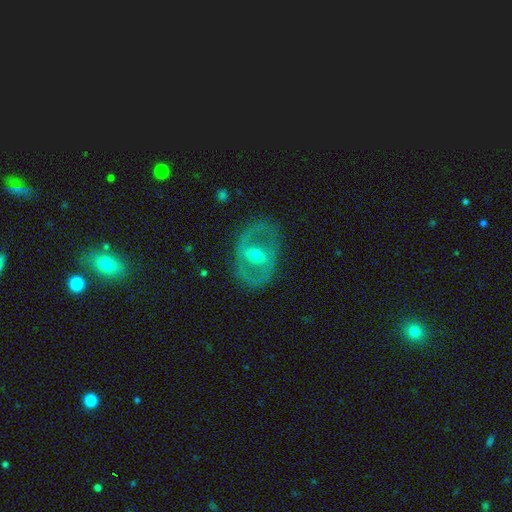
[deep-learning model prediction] A featured or disk galaxy (73%) with a weak bar (38%), no spiral arms (58%) and a moderate central bulge (62%). Merging: none (74%).